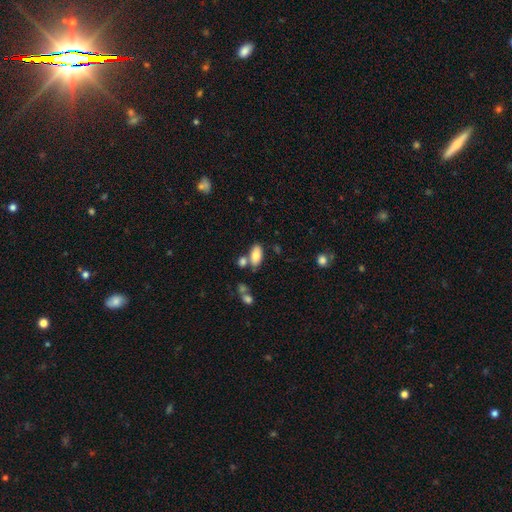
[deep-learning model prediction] This appears to be a smooth galaxy with no disk features (80%) that is in between round and cigar-shaped (92%). Merging: none (65%).